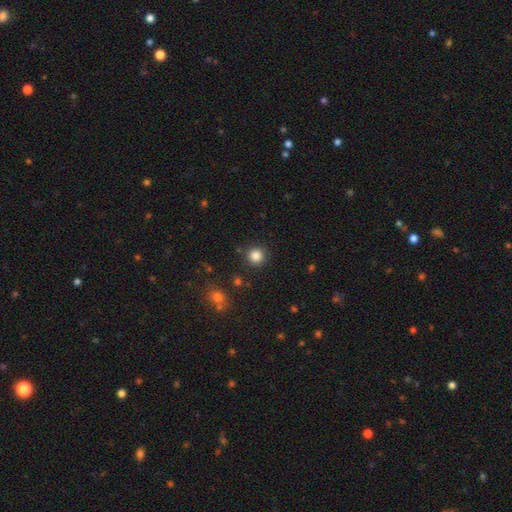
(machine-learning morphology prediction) Smooth or featured: smooth — 84% (star or artifact — 12%)
How rounded: round — 94% (in between — 5%)
Merging: none — 89% (minor disturbance — 6%)